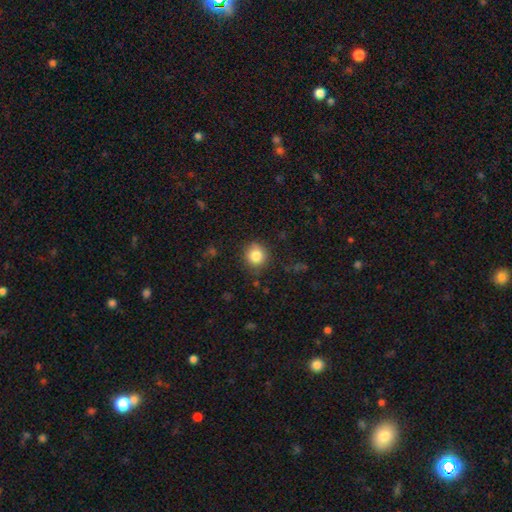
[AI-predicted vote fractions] smooth-or-featured: smooth: 84% | star or artifact: 10% | featured or disk: 6%
  how-rounded: round: 87% | in between: 12% | cigar-shaped: 1%
  merging: none: 84% | minor disturbance: 11% | major disturbance: 3% | merger: 1%